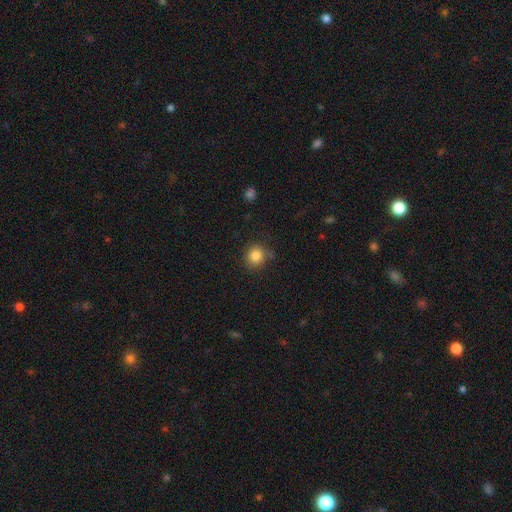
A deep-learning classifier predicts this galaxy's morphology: Q: Smooth or featured?
A: smooth (83%); runner-up: star or artifact (11%)
Q: How rounded?
A: round (89%); runner-up: in between (10%)
Q: Merging?
A: none (82%); runner-up: minor disturbance (11%)